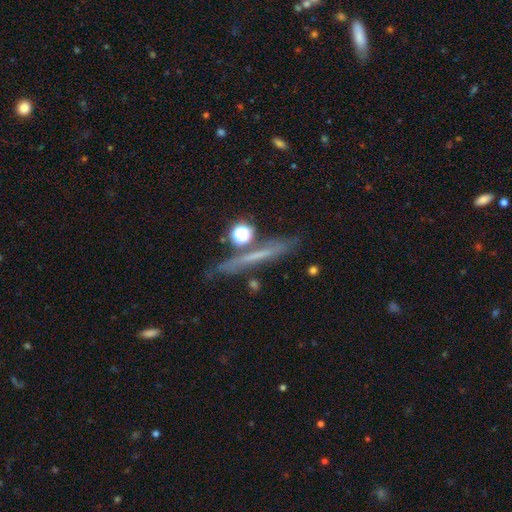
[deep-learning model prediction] smooth_or_featured: featured or disk (p=0.47) [alt: smooth p=0.39]
merging: none (p=0.77) [alt: minor disturbance p=0.12]